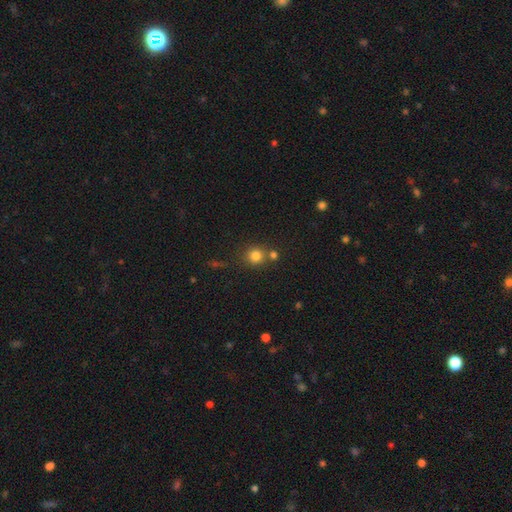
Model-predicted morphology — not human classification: A smooth galaxy with no disk features (80%) that is round (89%).

Vote fractions:
- Smooth or featured? smooth: 80% / star or artifact: 14% / featured or disk: 6%
- How rounded? round: 89% / in between: 10% / cigar-shaped: 1%
- Merging? none: 67% / merger: 22% / minor disturbance: 9% / major disturbance: 3%